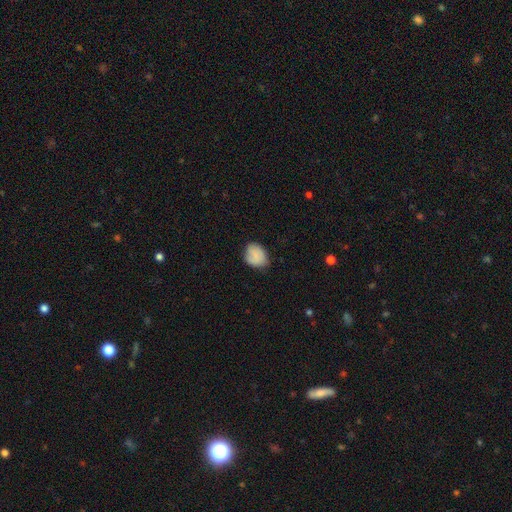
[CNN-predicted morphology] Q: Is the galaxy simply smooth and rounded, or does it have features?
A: smooth — 78%.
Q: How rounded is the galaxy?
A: in between — 51%.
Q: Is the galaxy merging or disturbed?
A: none — 66%.